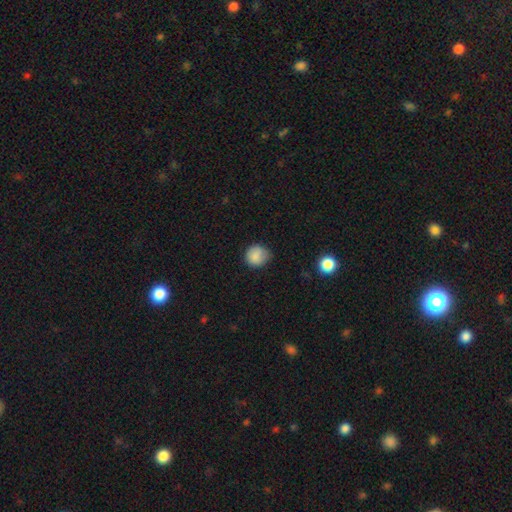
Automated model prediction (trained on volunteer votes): Morphology: type=smooth (86%); roundness=round (87%); merging=none (74%).